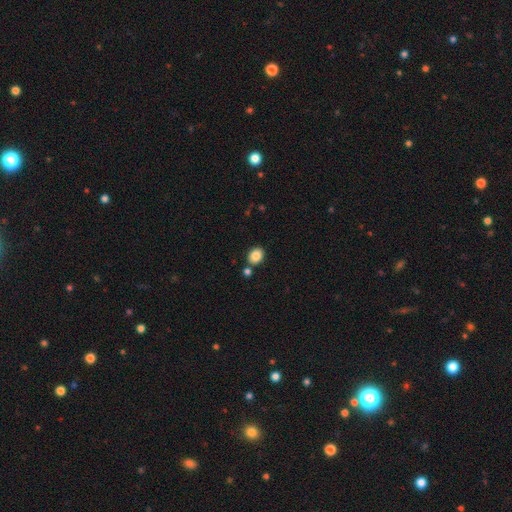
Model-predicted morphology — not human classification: Q: Smooth or featured?
A: smooth (85%); runner-up: star or artifact (9%)
Q: How rounded?
A: in between (52%); runner-up: round (47%)
Q: Merging?
A: none (77%); runner-up: merger (12%)